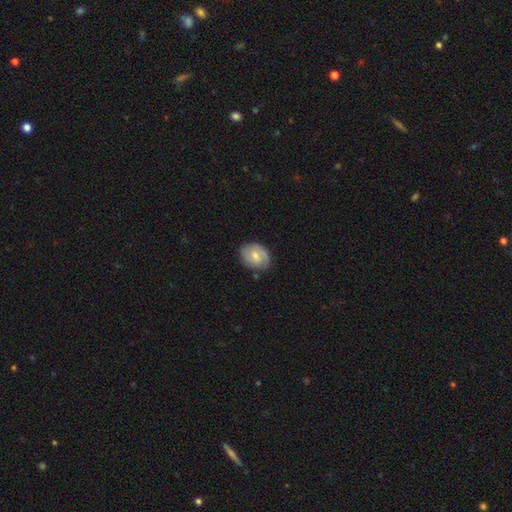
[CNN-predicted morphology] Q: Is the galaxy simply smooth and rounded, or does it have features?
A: featured or disk — 51%.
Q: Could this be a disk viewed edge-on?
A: no — 97%.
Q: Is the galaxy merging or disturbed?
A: none — 76%.